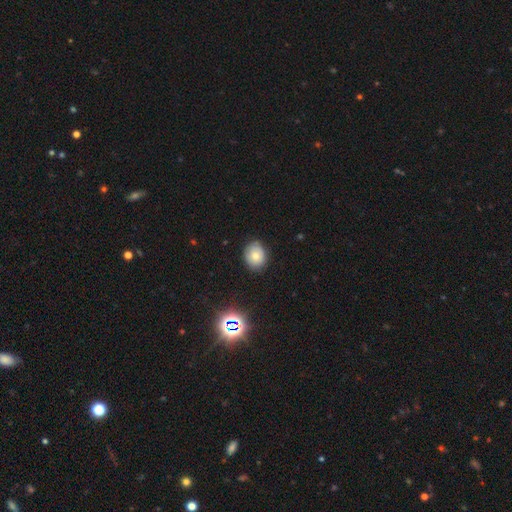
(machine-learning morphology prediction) Overall: smooth (71%). How rounded: round (60%; in between 39%). Merging: none (76%).